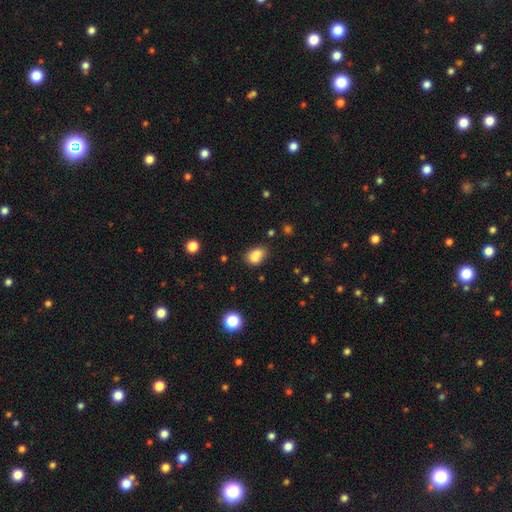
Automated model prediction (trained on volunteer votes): This appears to be a smooth galaxy with no disk features (76%) that is in between round and cigar-shaped (66%). Merging: merger (43%).